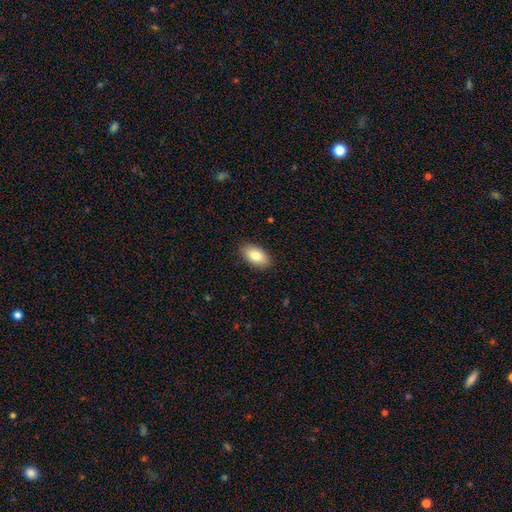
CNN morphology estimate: Smooth or featured? Predicted: smooth (p=0.82). How rounded? Predicted: in between (p=0.93). Merging? Predicted: none (p=0.89).